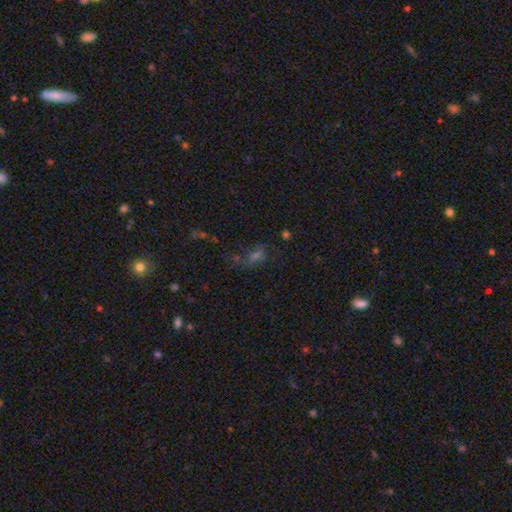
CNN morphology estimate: The model was most divided on "smooth or featured": star or artifact: 43%, smooth: 40%, featured or disk: 17%.